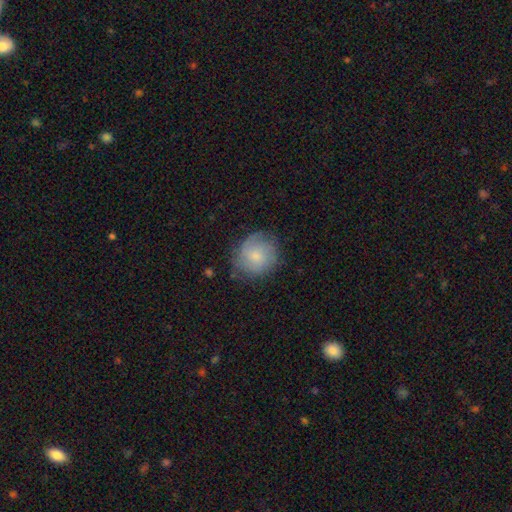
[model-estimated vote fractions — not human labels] smooth 60%, featured or disk 32%, star or artifact 8%. Down the decision tree: how rounded — round (83%); merging — none (70%).